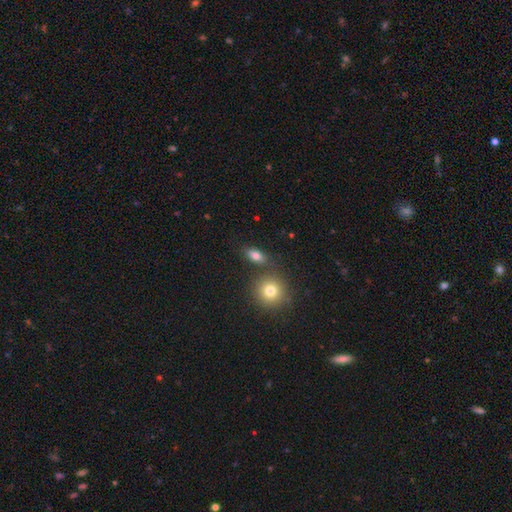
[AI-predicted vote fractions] smooth 80%, star or artifact 11%, featured or disk 9%. Down the decision tree: how rounded — in between (78%); merging — none (75%).